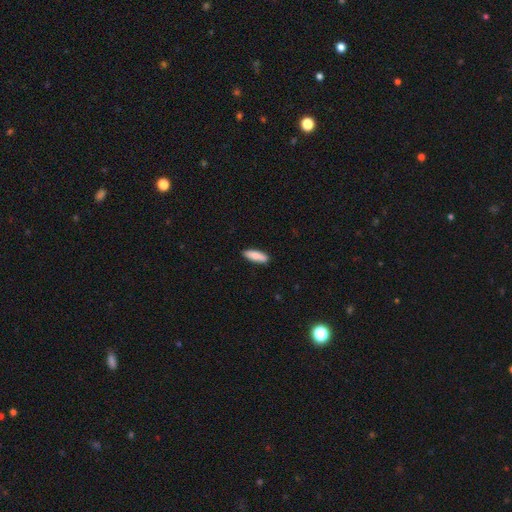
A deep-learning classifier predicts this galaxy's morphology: smooth 84%, featured or disk 10%, star or artifact 6%. Down the decision tree: how rounded — cigar-shaped (51%); merging — none (88%).